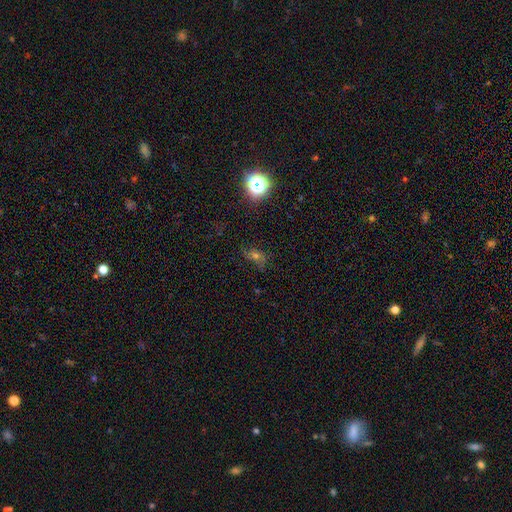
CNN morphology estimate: Smooth or featured?
  - star or artifact: 37% *
  - smooth: 35%
  - featured or disk: 28%